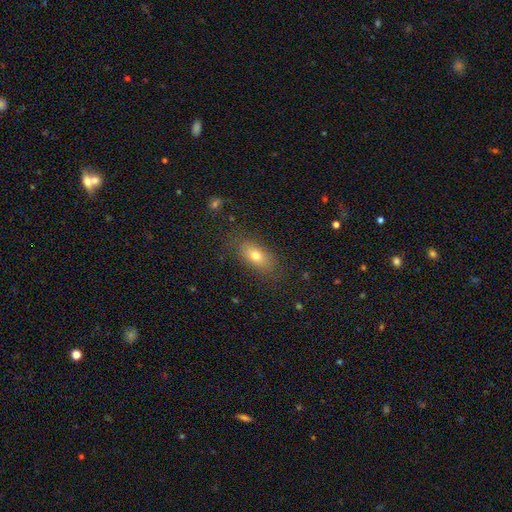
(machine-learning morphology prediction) Smooth or featured? Predicted: smooth (p=0.74). How rounded? Predicted: in between (p=0.83). Merging? Predicted: none (p=0.81).